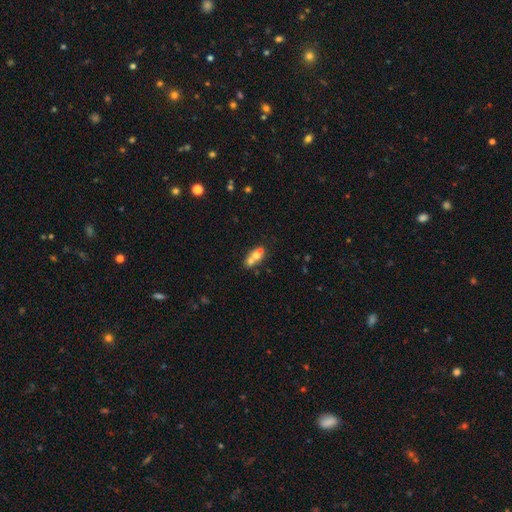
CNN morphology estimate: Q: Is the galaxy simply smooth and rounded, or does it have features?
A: smooth — 57%.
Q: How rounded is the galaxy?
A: in between — 51%.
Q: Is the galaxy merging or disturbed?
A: merger — 57%.